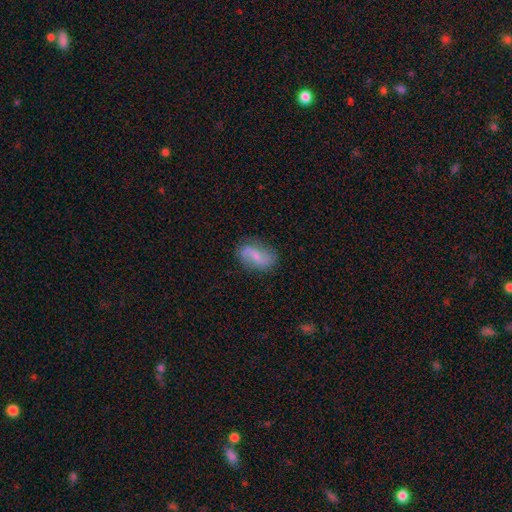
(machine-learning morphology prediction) featured or disk 57%, smooth 36%, star or artifact 8%. Down the decision tree: edge-on disk — no (96%); bar — weak (47%); spiral arms — yes (87%); bulge size — small (55%); merging — none (74%).